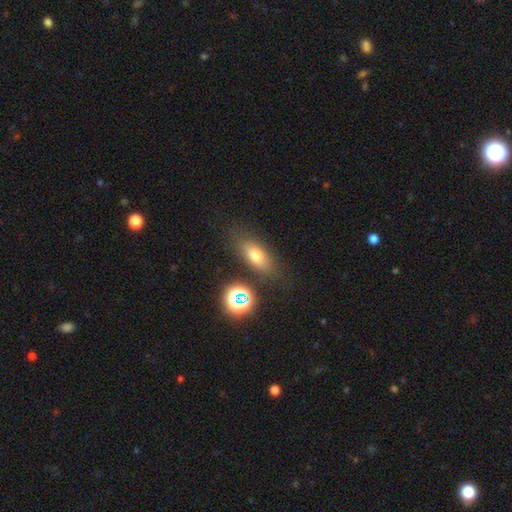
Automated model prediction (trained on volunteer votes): A smooth galaxy with no disk features (69%) that is in between round and cigar-shaped (74%). Merging: none (77%).